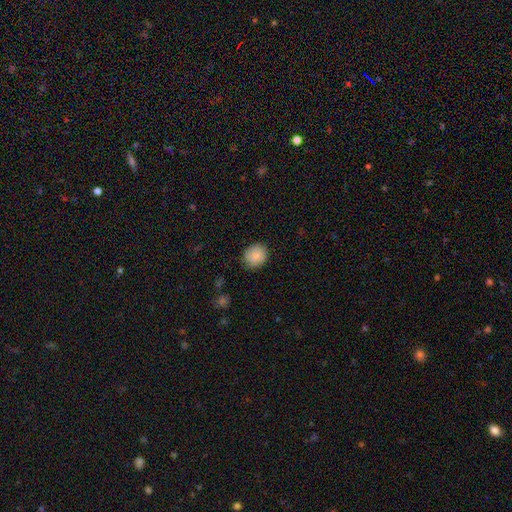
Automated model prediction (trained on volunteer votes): Overall: smooth (84%). How rounded: round (80%). Merging: none (81%).